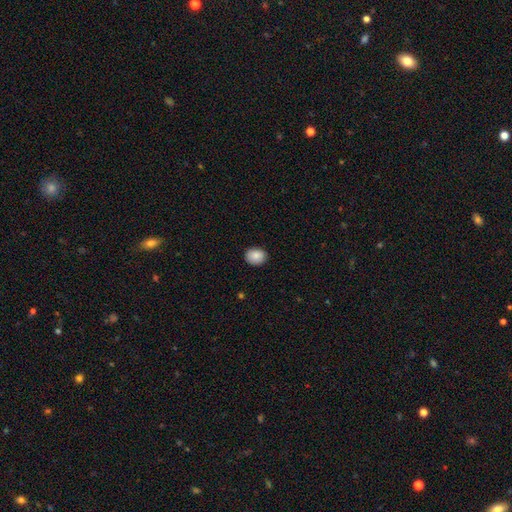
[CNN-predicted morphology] smooth 87%, star or artifact 8%, featured or disk 5%. Down the decision tree: how rounded — round (50%); merging — none (87%).